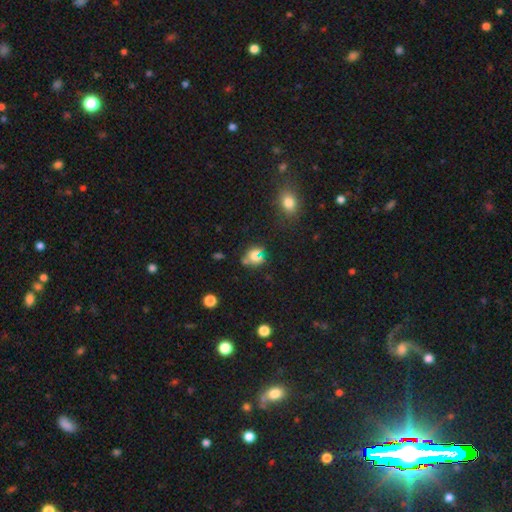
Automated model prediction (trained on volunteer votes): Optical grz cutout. It shows a smooth galaxy with no disk features (58%) that is round (64%). Merging: none (64%).